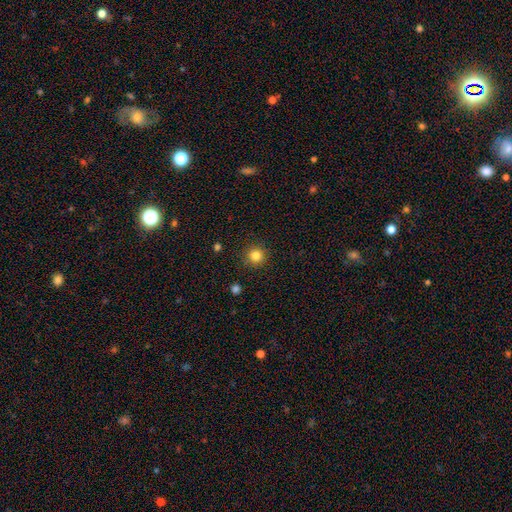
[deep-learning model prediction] Q: Smooth or featured?
A: smooth (83%); runner-up: star or artifact (12%)
Q: How rounded?
A: round (94%); runner-up: in between (5%)
Q: Merging?
A: none (90%); runner-up: minor disturbance (6%)